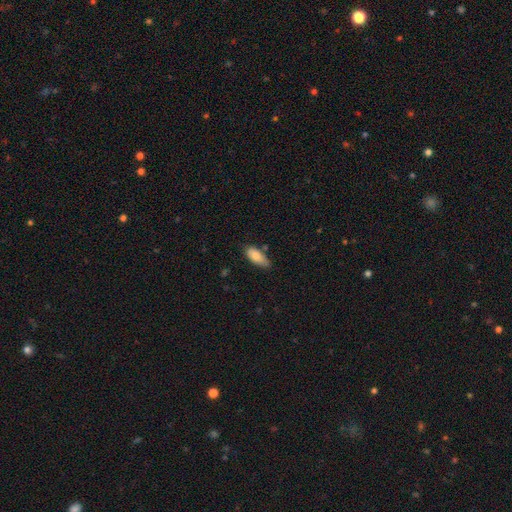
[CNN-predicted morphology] This is clearly a smooth galaxy (81%). How rounded: clearly in between (84%). Merging: likely none (65%).